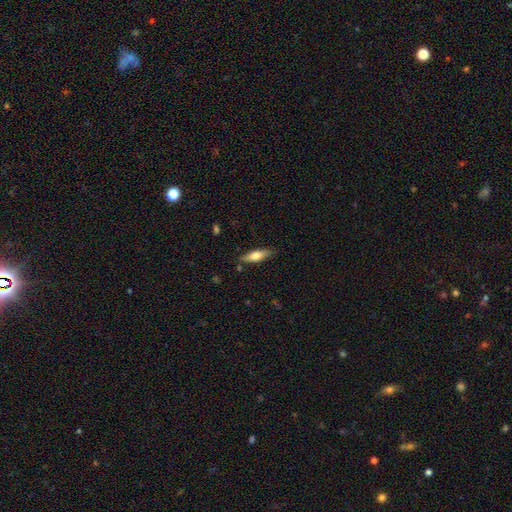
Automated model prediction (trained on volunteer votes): smooth-or-featured: smooth: 66% | featured or disk: 28% | star or artifact: 6%
  how-rounded: cigar-shaped: 50% | in between: 48% | round: 2%
  merging: none: 81% | minor disturbance: 14% | major disturbance: 3% | merger: 2%